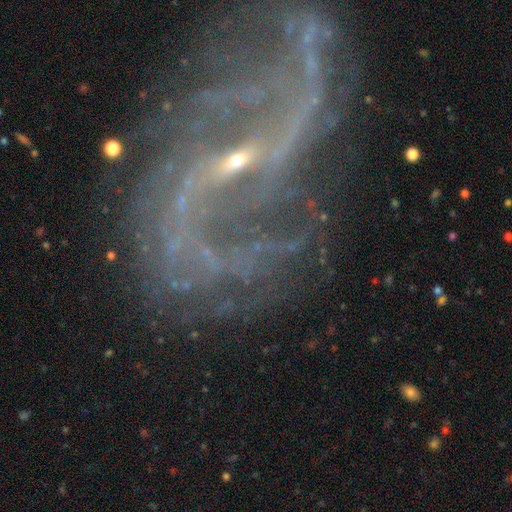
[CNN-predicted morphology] This is clearly a featured or disk galaxy (88%). It is clearly not viewed edge-on (97%). Bar: marginally strong (42%). Spiral arm pattern: clearly yes (95%). Spiral arm count: possibly 2 (57%). Spiral winding: marginally medium (41%). Central bulge: clearly small (82%). Merging: possibly none (59%).